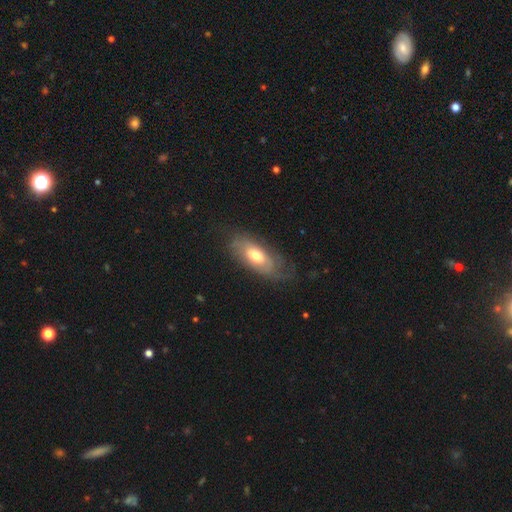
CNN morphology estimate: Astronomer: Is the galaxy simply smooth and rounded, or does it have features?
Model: smooth — 54% (runner-up: featured or disk, 40%).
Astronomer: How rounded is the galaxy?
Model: in between — 84%.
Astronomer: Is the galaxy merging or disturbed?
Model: none — 63%.